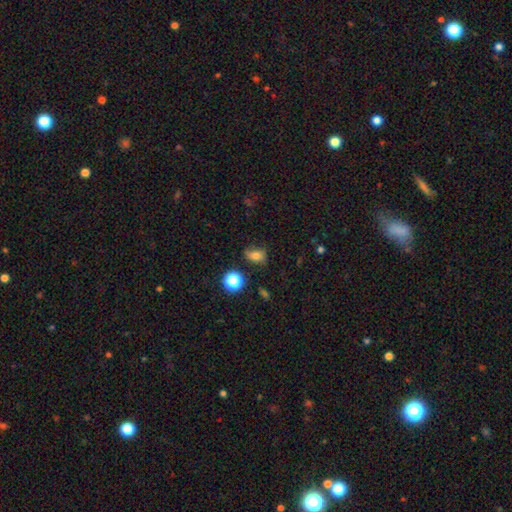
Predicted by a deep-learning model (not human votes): The model was most divided on "merging": none: 66%, minor disturbance: 24%, major disturbance: 8%, merger: 3%. More confident: how rounded — in between (70%); smooth or featured — smooth (69%).